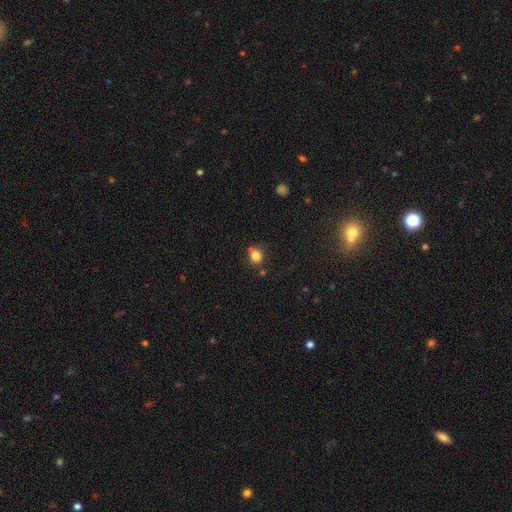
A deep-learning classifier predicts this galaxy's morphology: Smooth or featured: smooth — 82% (star or artifact — 11%)
How rounded: round — 56% (in between — 43%)
Merging: none — 66% (minor disturbance — 20%)